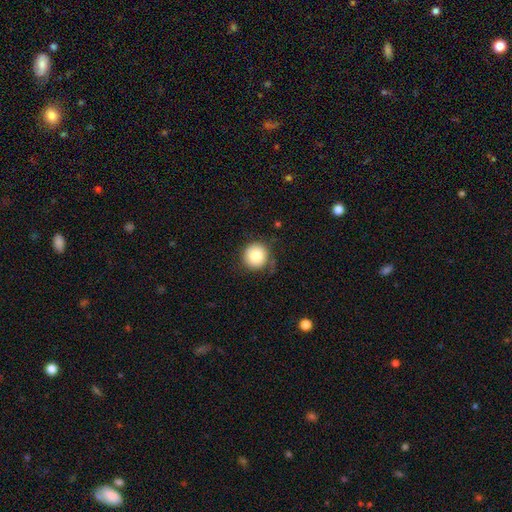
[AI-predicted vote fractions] smooth 83%, star or artifact 9%, featured or disk 8%. Down the decision tree: how rounded — round (94%); merging — none (76%).